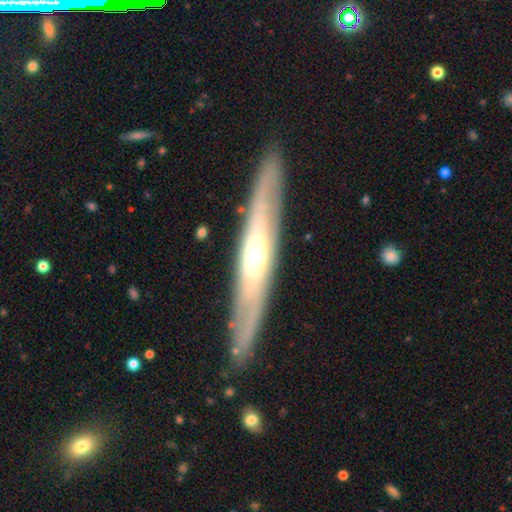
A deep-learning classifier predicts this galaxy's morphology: smooth_or_featured: featured or disk (p=0.72) [alt: smooth p=0.23]
disk_edge_on: yes (p=0.70) [alt: no p=0.30]
merging: none (p=0.87) [alt: minor disturbance p=0.09]